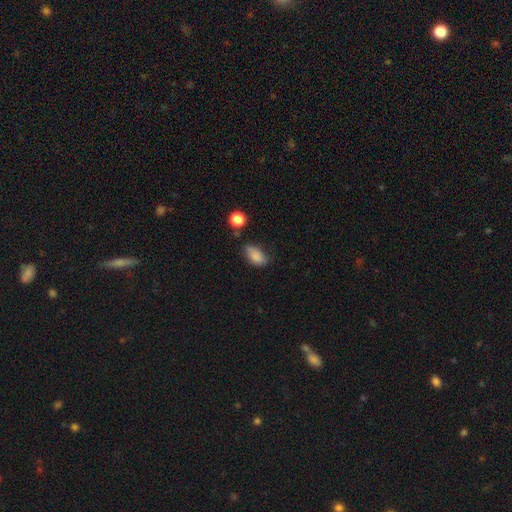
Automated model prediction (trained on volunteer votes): This is clearly a smooth galaxy (85%). How rounded: clearly in between (90%). Merging: likely none (61%).